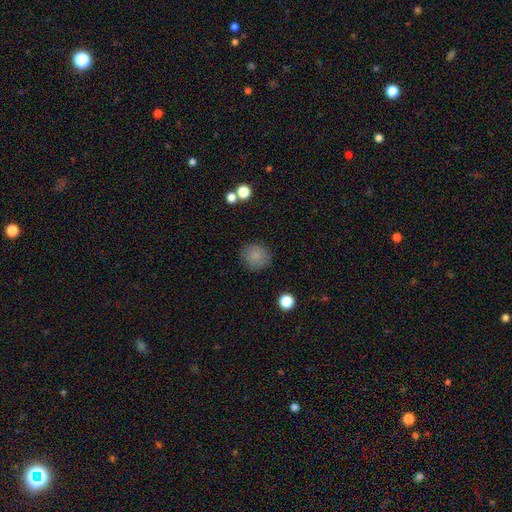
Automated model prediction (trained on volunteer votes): This is clearly a smooth galaxy (84%). How rounded: clearly round (89%). Merging: clearly none (86%).